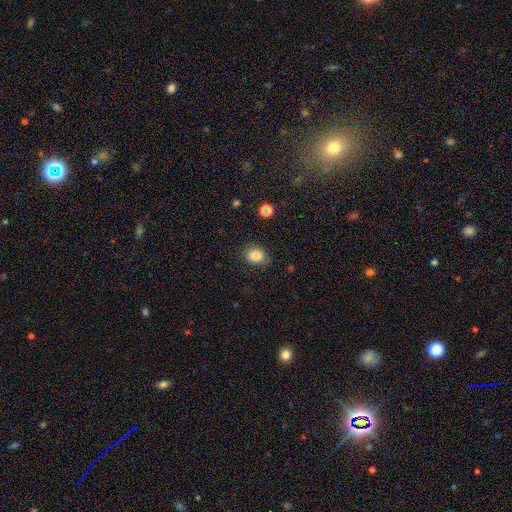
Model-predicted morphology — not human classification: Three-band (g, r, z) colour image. It shows a smooth galaxy with no disk features (83%) that is in between round and cigar-shaped (50%). Merging: none (79%).